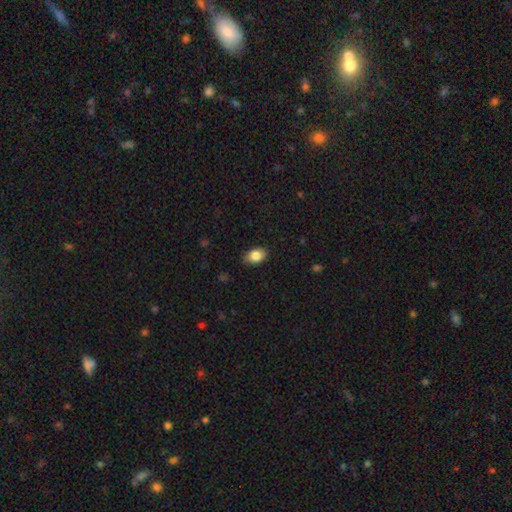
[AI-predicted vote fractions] Smooth or featured? Predicted: smooth (p=0.86). How rounded? Predicted: in between (p=0.86). Merging? Predicted: none (p=0.86).